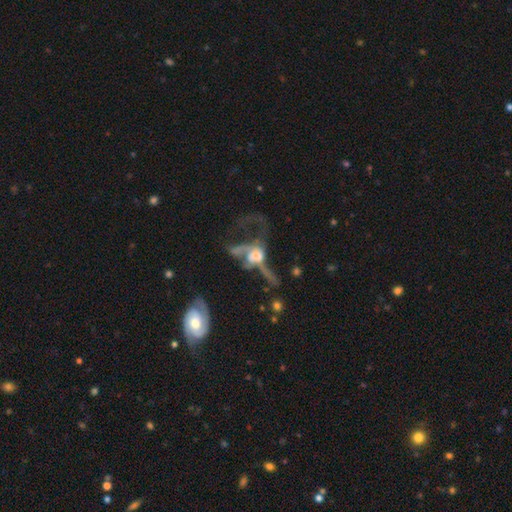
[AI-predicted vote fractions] Q: Smooth or featured?
A: featured or disk (65%); runner-up: smooth (23%)
Q: Edge-on disk?
A: no (86%); runner-up: yes (14%)
Q: Bar?
A: no (75%); runner-up: weak (19%)
Q: Spiral arms?
A: no (57%); runner-up: yes (43%)
Q: Bulge size?
A: moderate (40%); runner-up: large (25%)
Q: Merging?
A: major disturbance (47%); runner-up: merger (31%)